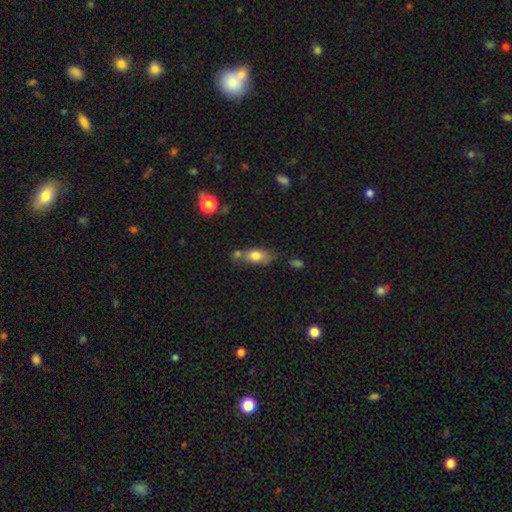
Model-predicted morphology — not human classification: The model was most divided on "merging": none: 53%, minor disturbance: 20%, merger: 20%, major disturbance: 6%. More confident: how rounded — in between (81%); smooth or featured — smooth (76%).